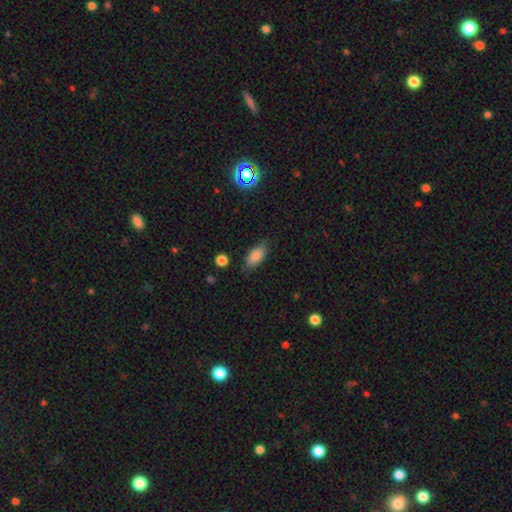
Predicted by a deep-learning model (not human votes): Smooth or featured? smooth (82%)
How rounded? in between (88%)
Merging? none (78%)